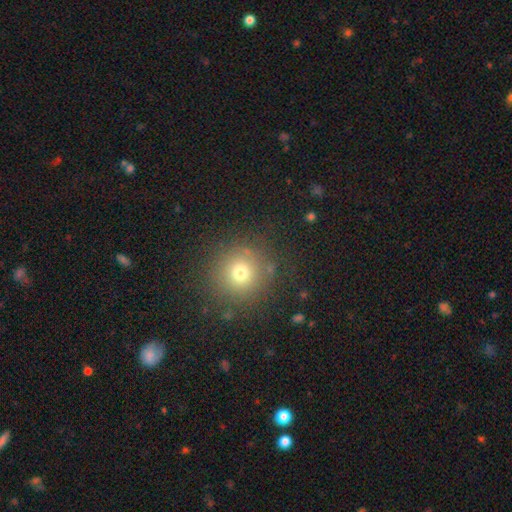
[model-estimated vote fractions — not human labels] smooth_or_featured: smooth (p=0.66) [alt: star or artifact p=0.25]
how_rounded: round (p=0.94) [alt: in between p=0.05]
merging: none (p=0.90) [alt: minor disturbance p=0.06]